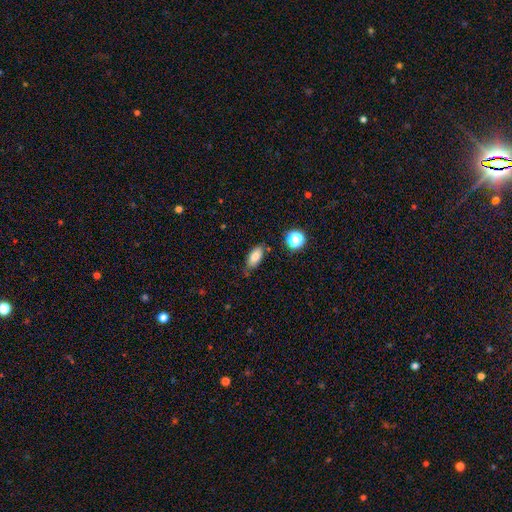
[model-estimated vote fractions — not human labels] A smooth galaxy with no disk features (81%) that is in between round and cigar-shaped (87%).

Vote fractions:
- Smooth or featured? smooth: 81% / star or artifact: 10% / featured or disk: 9%
- How rounded? in between: 87% / cigar-shaped: 8% / round: 5%
- Merging? none: 76% / minor disturbance: 17% / merger: 4% / major disturbance: 3%